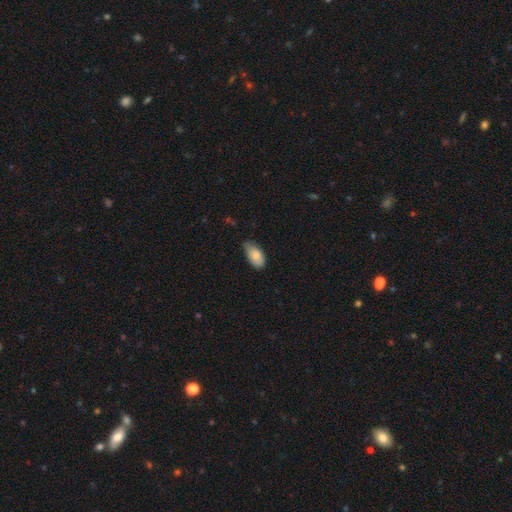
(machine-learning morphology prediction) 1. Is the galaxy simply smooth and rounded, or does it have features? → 79% smooth, 15% featured or disk, 7% star or artifact.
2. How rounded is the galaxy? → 93% in between, 4% round, 3% cigar-shaped.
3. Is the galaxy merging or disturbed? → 59% none, 35% minor disturbance, 5% major disturbance, 1% merger.